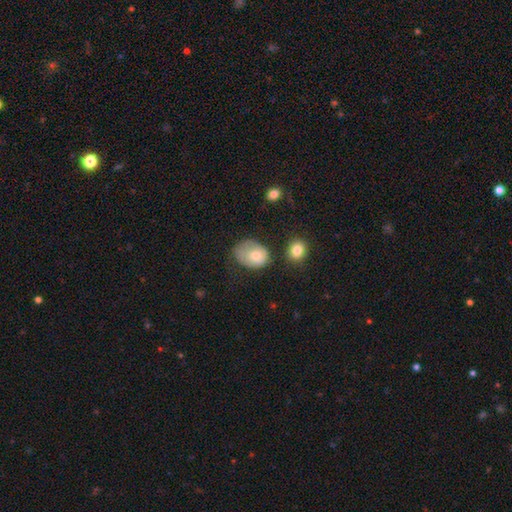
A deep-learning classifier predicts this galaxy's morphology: smooth-or-featured: smooth: 68% | featured or disk: 24% | star or artifact: 8%
  how-rounded: in between: 57% | round: 42% | cigar-shaped: 1%
  merging: minor disturbance: 38% | none: 35% | major disturbance: 23% | merger: 4%